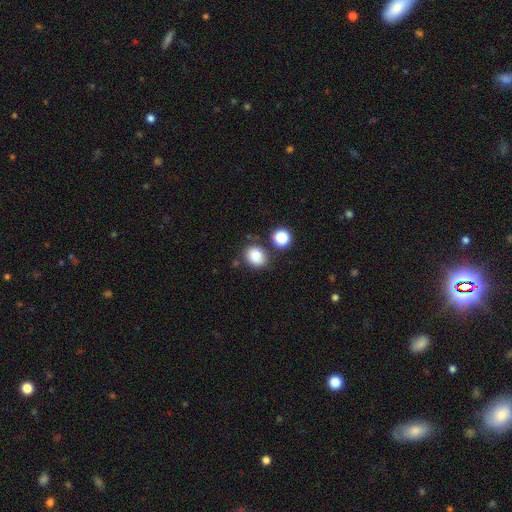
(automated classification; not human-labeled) smooth 83%, star or artifact 11%, featured or disk 6%. Down the decision tree: how rounded — round (61%); merging — none (71%).